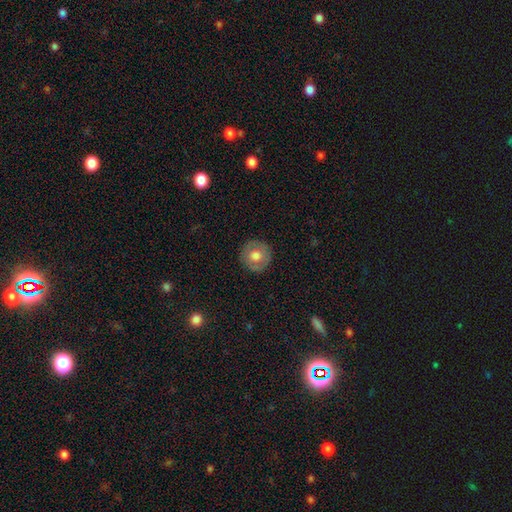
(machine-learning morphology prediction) Smooth or featured: smooth — 66% (featured or disk — 27%)
How rounded: round — 94% (in between — 5%)
Merging: none — 89% (minor disturbance — 8%)